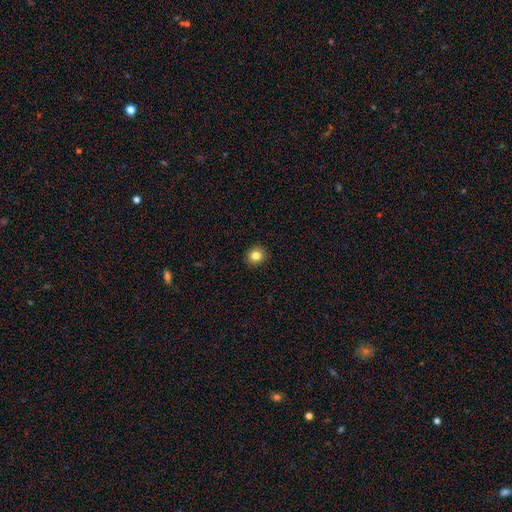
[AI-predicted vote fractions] This appears to be a smooth galaxy with no disk features (83%) that is round (87%). Merging: none (92%).